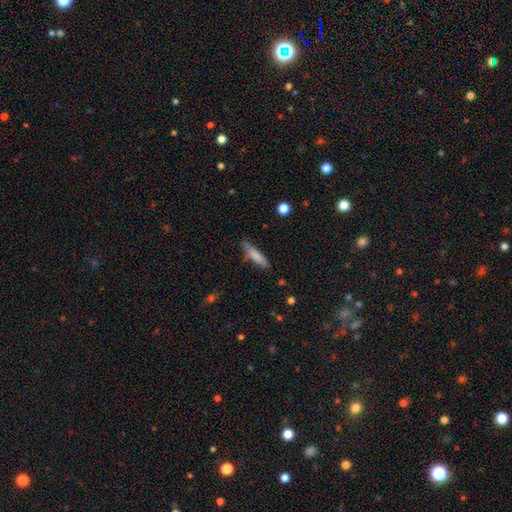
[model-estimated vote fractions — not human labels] Q: Smooth or featured?
A: smooth (79%); runner-up: featured or disk (14%)
Q: How rounded?
A: cigar-shaped (78%); runner-up: in between (20%)
Q: Merging?
A: none (72%); runner-up: minor disturbance (21%)